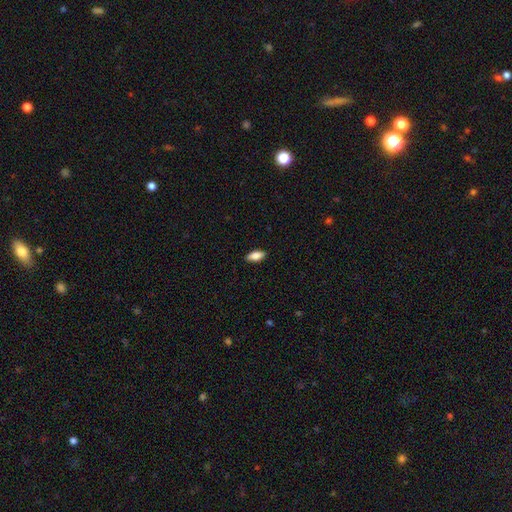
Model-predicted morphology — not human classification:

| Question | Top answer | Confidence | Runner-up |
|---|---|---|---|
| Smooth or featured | smooth | 84% | featured or disk (9%) |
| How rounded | in between | 85% | cigar-shaped (12%) |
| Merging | none | 89% | minor disturbance (8%) |